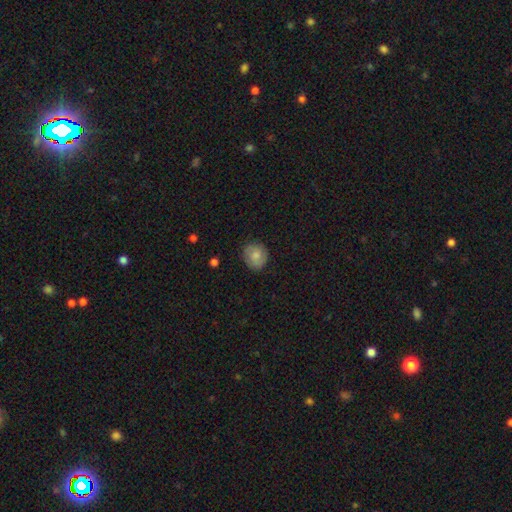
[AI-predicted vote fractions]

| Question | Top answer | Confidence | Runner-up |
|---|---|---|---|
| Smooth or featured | smooth | 65% | featured or disk (27%) |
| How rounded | round | 80% | in between (19%) |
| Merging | none | 82% | minor disturbance (13%) |